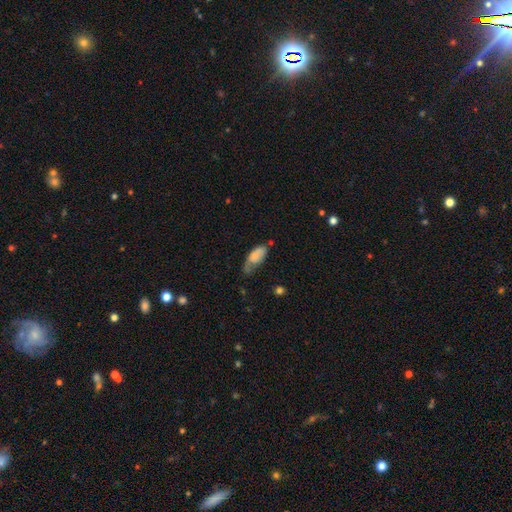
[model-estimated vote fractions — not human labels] Morphology: type=smooth (69%); roundness=in between (86%); merging=minor disturbance (39%).